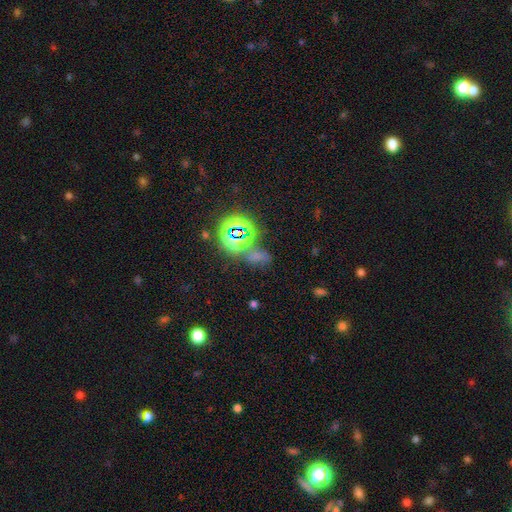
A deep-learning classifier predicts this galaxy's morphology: A star or artifact, not a galaxy (54%).